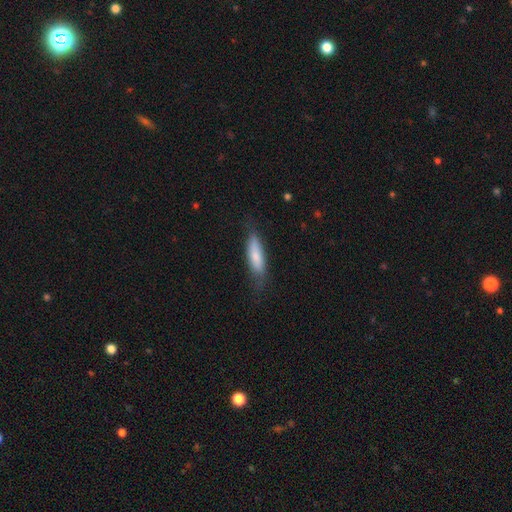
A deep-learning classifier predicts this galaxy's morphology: smooth 76%, featured or disk 18%, star or artifact 6%. Down the decision tree: how rounded — cigar-shaped (61%); merging — none (71%).